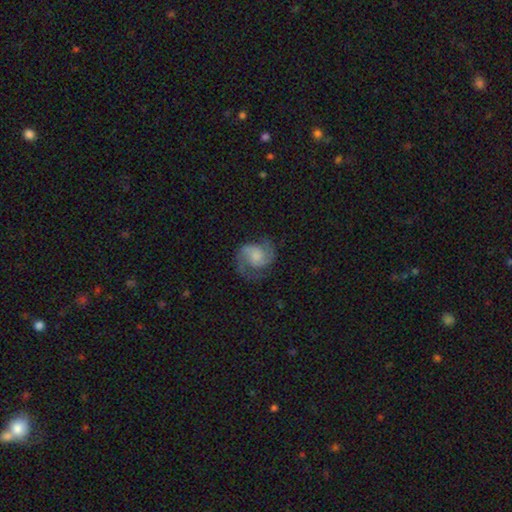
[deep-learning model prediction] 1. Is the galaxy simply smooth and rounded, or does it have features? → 79% featured or disk, 15% smooth, 6% star or artifact.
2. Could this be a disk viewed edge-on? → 98% no, 2% yes.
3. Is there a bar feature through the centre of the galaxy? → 62% no, 32% weak, 6% strong.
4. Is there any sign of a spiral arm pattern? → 96% yes, 4% no.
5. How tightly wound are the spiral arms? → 52% medium, 25% loose, 22% tight.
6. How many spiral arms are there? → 88% 2, 4% can't tell, 3% 1, 2% 3, 1% 4, 1% more than 4.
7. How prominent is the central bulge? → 30% none, 27% moderate, 25% small, 16% large, 3% dominant.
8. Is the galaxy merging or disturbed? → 68% none, 18% minor disturbance, 13% major disturbance, 1% merger.